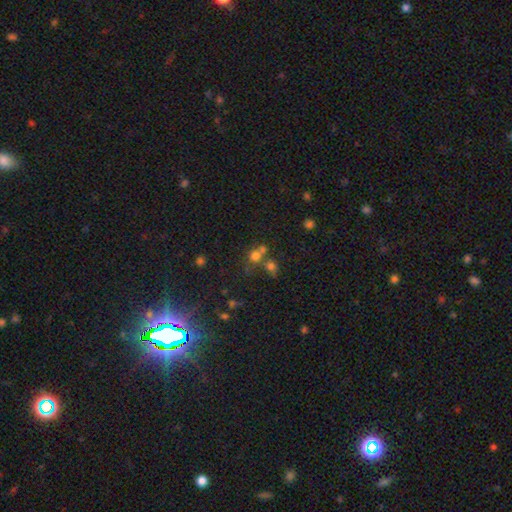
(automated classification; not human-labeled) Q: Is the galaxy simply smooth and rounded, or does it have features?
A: smooth — 66%.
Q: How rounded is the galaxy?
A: round — 84%.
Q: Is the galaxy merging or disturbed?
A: none — 48%.